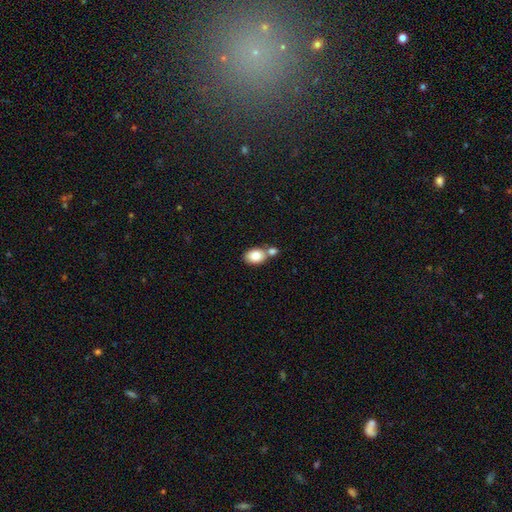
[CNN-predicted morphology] Smooth or featured: smooth — 84% (featured or disk — 8%)
How rounded: in between — 78% (round — 20%)
Merging: none — 44% (merger — 42%)